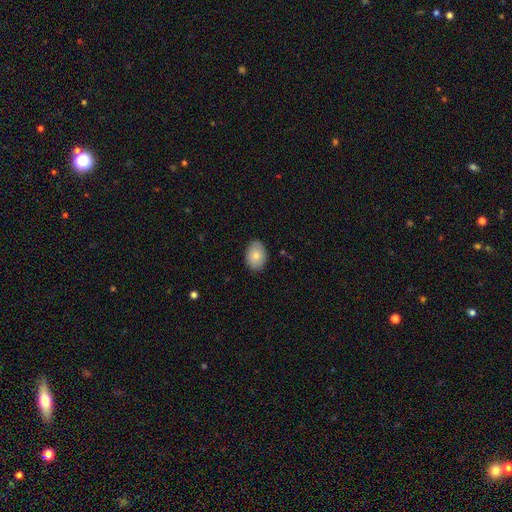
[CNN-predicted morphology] Q: Smooth or featured?
A: smooth (82%); runner-up: featured or disk (12%)
Q: How rounded?
A: in between (80%); runner-up: round (19%)
Q: Merging?
A: none (86%); runner-up: minor disturbance (11%)